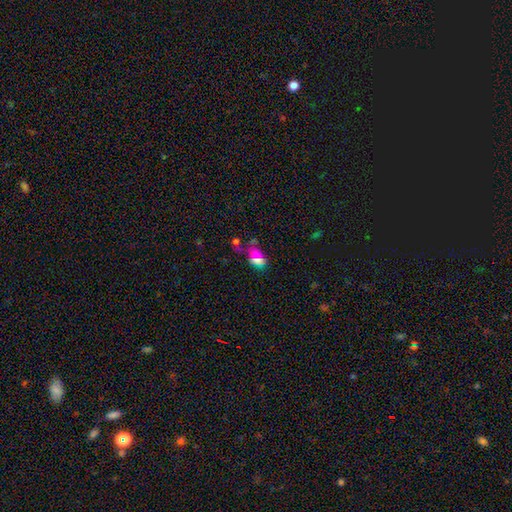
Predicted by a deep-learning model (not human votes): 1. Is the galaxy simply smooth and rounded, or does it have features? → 51% smooth, 35% star or artifact, 15% featured or disk.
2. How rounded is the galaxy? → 76% in between, 19% round, 5% cigar-shaped.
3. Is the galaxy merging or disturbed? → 41% none, 20% major disturbance, 20% minor disturbance, 19% merger.